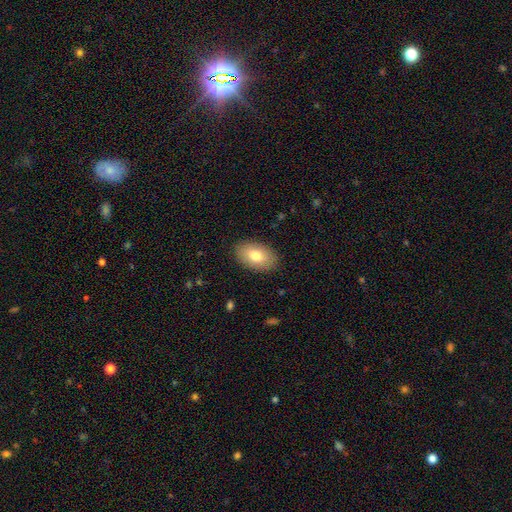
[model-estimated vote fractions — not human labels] A smooth galaxy with no disk features (78%) that is in between round and cigar-shaped (92%). Merging: none (87%).